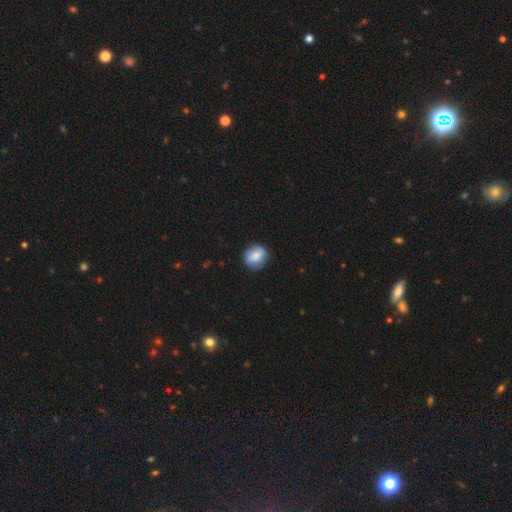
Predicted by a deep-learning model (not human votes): A smooth galaxy with no disk features (76%) that is round (77%).

Vote fractions:
- Smooth or featured? smooth: 76% / featured or disk: 16% / star or artifact: 8%
- How rounded? round: 77% / in between: 22% / cigar-shaped: 1%
- Merging? none: 80% / minor disturbance: 16% / major disturbance: 4% / merger: 1%